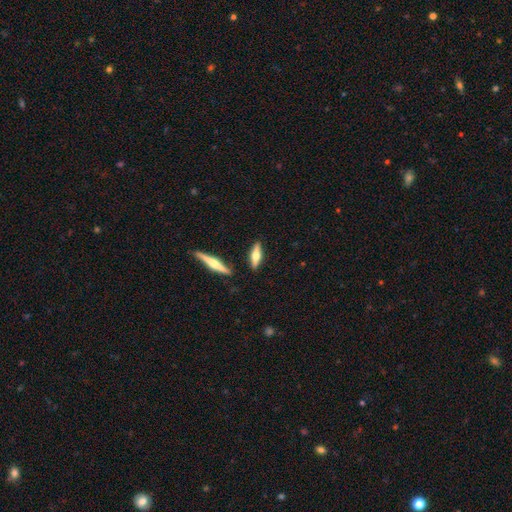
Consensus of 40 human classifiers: A smooth galaxy with no disk features (48%) that is cigar-shaped (74%).

Vote fractions:
- Smooth or featured? smooth: 48% / featured or disk: 45% / star or artifact: 8%
- How rounded? cigar-shaped: 74% / in between: 26% / round: 0%
- Merging? none: 95% / minor disturbance: 5% / major disturbance: 0% / merger: 0%